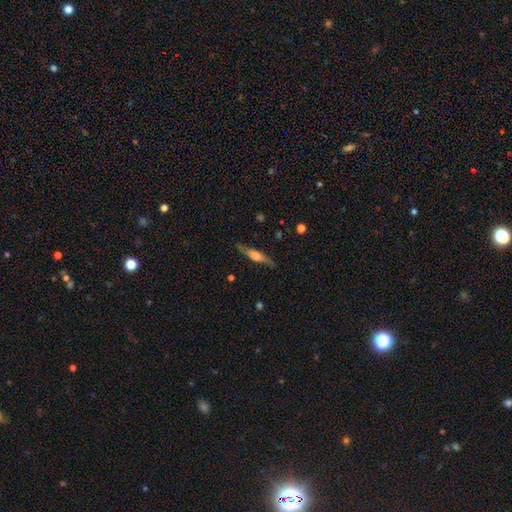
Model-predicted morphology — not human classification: Smooth or featured: featured or disk — 58% (smooth — 36%)
Edge-on disk: yes — 87% (no — 13%)
Edge-on bulge: rounded — 76% (boxy — 17%)
Merging: none — 79% (minor disturbance — 16%)